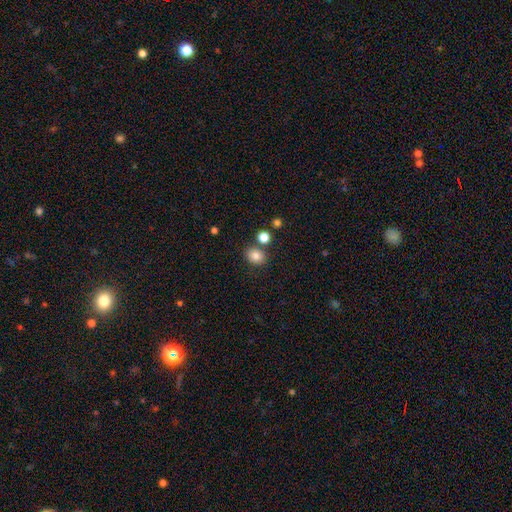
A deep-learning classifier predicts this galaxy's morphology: smooth_or_featured: smooth (p=0.82) [alt: star or artifact p=0.11]
how_rounded: round (p=0.59) [alt: in between p=0.40]
merging: none (p=0.78) [alt: minor disturbance p=0.10]